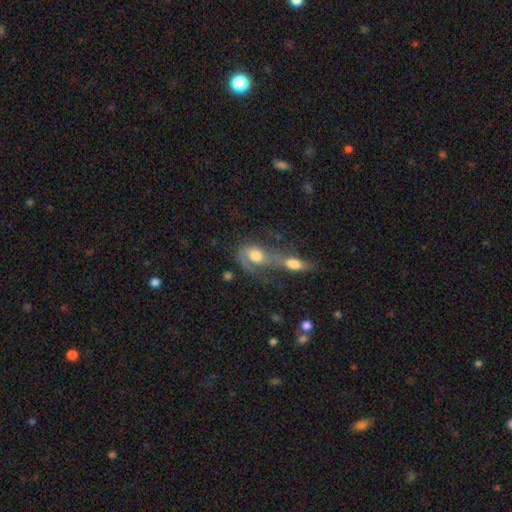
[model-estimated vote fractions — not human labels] featured or disk 54%, smooth 37%, star or artifact 9%. Down the decision tree: edge-on disk — no (92%); merging — merger (60%).